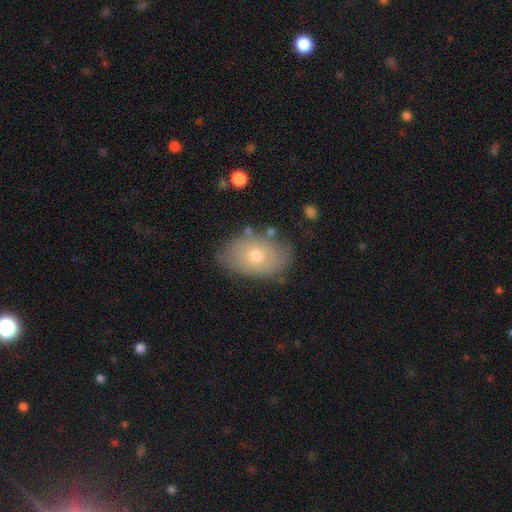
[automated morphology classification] smooth-or-featured: smooth: 65% | featured or disk: 26% | star or artifact: 8%
  how-rounded: in between: 85% | round: 14% | cigar-shaped: 1%
  merging: none: 74% | minor disturbance: 19% | major disturbance: 5% | merger: 3%